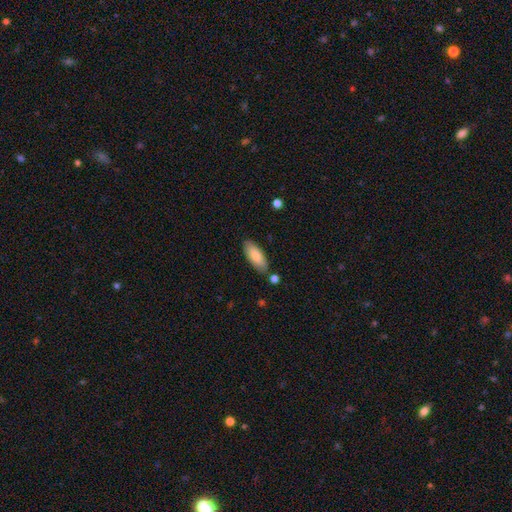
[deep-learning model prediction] This is clearly a smooth galaxy (81%). How rounded: clearly in between (80%). Merging: clearly none (82%).